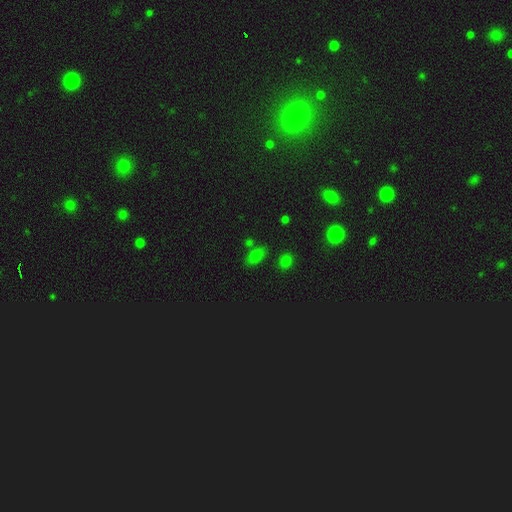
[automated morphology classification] A smooth galaxy with no disk features (69%) that is in between round and cigar-shaped (79%). Merging: none (75%).